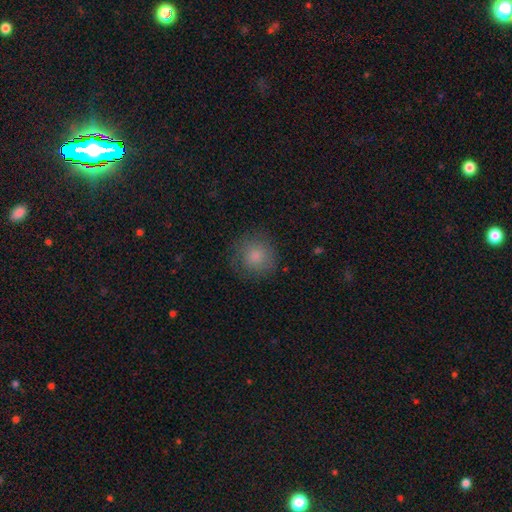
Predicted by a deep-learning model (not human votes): Smooth or featured?
  - smooth: 82% *
  - star or artifact: 9%
  - featured or disk: 9%
How rounded?
  - round: 91% *
  - in between: 8%
  - cigar-shaped: 1%
Merging?
  - none: 80% *
  - minor disturbance: 14%
  - major disturbance: 5%
  - merger: 1%